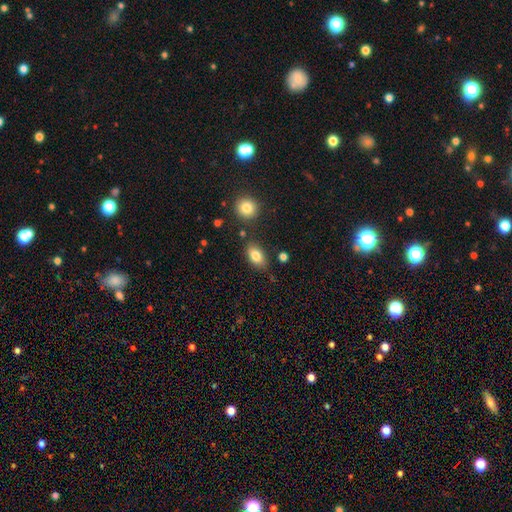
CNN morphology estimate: type=smooth (82%); roundness=in between (88%); merging=none (78%).